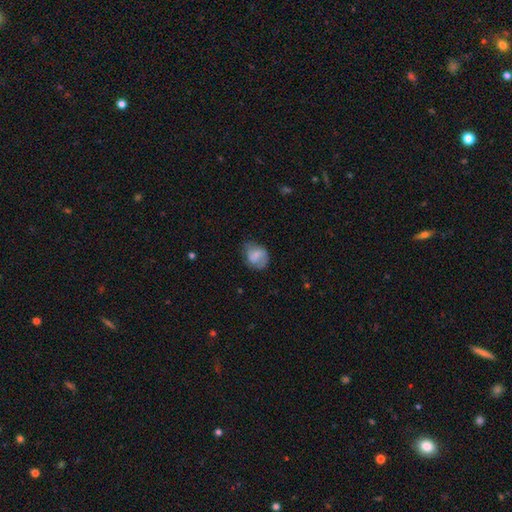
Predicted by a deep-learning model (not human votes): Morphology: type=smooth (53%); roundness=round (58%); merging=none (58%).